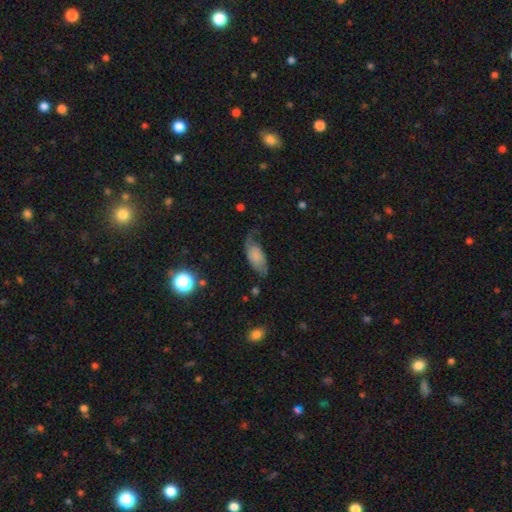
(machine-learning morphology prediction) smooth-or-featured: smooth: 52% | featured or disk: 39% | star or artifact: 8%
  how-rounded: in between: 89% | cigar-shaped: 8% | round: 4%
  merging: none: 41% | minor disturbance: 31% | major disturbance: 25% | merger: 3%